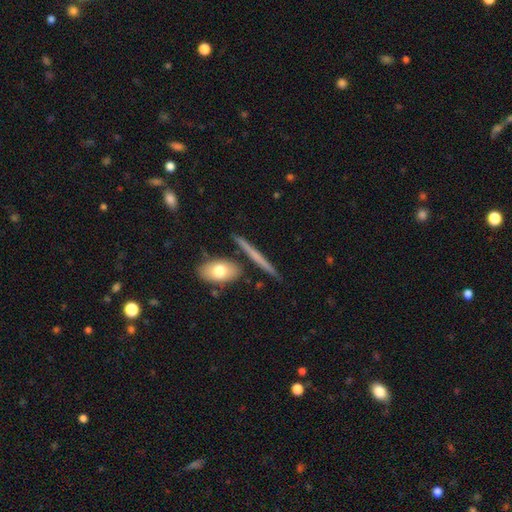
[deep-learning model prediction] A featured or disk galaxy (49%). Merging: none (82%).